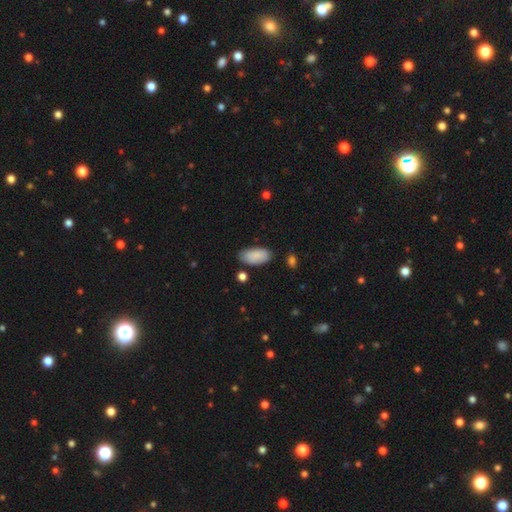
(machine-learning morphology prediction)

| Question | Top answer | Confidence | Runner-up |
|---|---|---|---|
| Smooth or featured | smooth | 88% | star or artifact (6%) |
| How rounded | in between | 94% | cigar-shaped (4%) |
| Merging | none | 77% | minor disturbance (16%) |